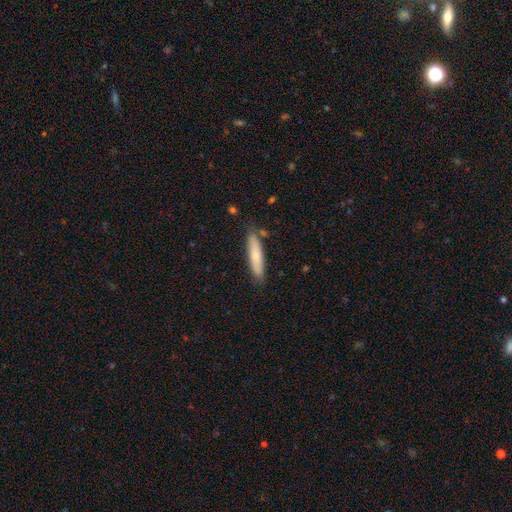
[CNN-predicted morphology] smooth-or-featured: smooth: 72% | featured or disk: 22% | star or artifact: 6%
  how-rounded: cigar-shaped: 82% | in between: 16% | round: 1%
  merging: none: 82% | minor disturbance: 13% | merger: 3% | major disturbance: 2%